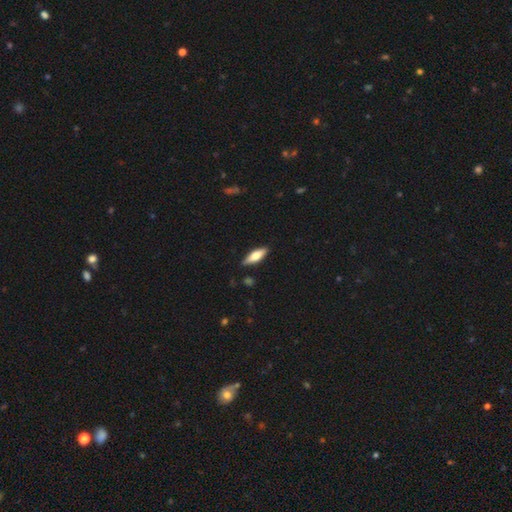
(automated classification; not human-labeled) smooth 64%, featured or disk 30%, star or artifact 6%. Down the decision tree: how rounded — in between (53%); merging — none (86%).